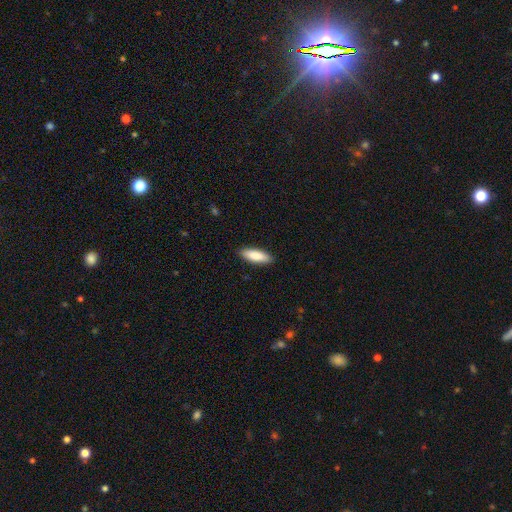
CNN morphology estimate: type=smooth (86%); roundness=in between (56%); merging=none (89%).